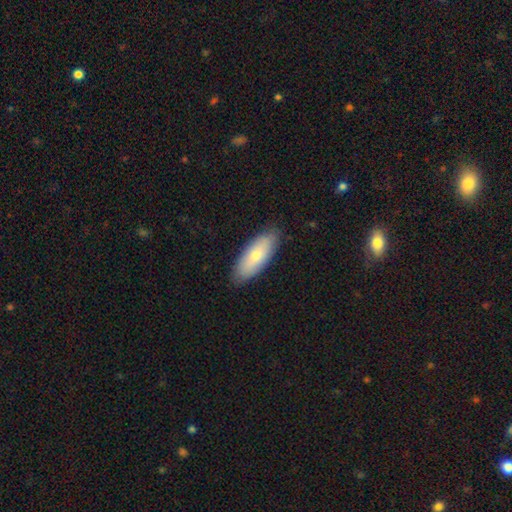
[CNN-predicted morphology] smooth-or-featured: smooth: 70% | featured or disk: 25% | star or artifact: 6%
  how-rounded: in between: 75% | cigar-shaped: 22% | round: 2%
  merging: none: 86% | minor disturbance: 11% | major disturbance: 2% | merger: 1%